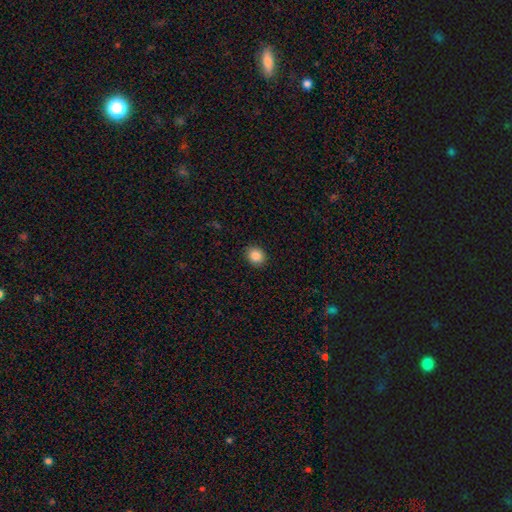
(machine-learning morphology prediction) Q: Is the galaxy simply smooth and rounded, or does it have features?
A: smooth — 86%.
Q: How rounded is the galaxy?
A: round — 71%.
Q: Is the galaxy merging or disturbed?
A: none — 91%.